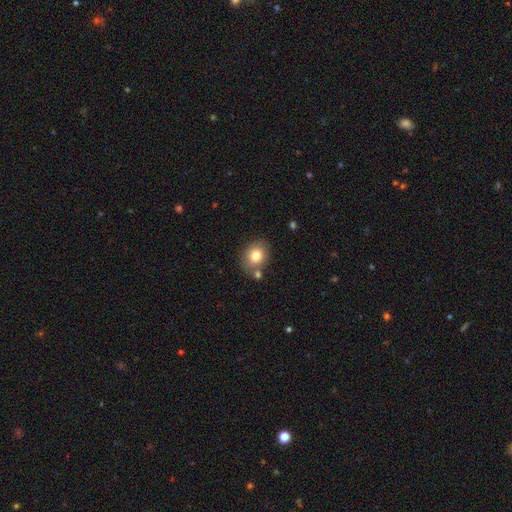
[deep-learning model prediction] This is clearly a smooth galaxy (81%). How rounded: possibly round (58%). Merging: likely none (73%).